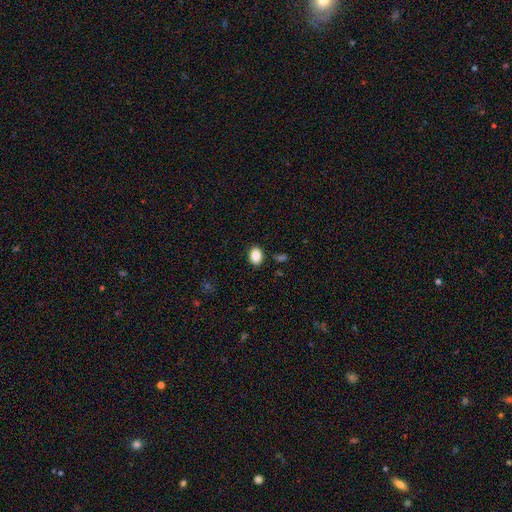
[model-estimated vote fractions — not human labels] This appears to be a smooth galaxy with no disk features (88%) that is in between round and cigar-shaped (70%). Merging: none (87%).